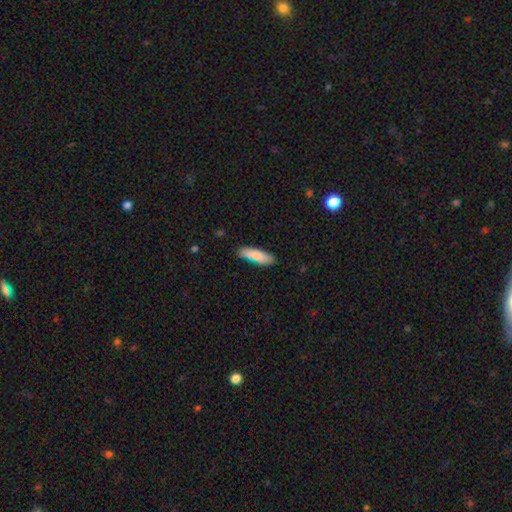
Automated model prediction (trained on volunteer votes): A smooth galaxy with no disk features (85%) that is cigar-shaped (58%).

Vote fractions:
- Smooth or featured? smooth: 85% / featured or disk: 9% / star or artifact: 6%
- How rounded? cigar-shaped: 58% / in between: 40% / round: 2%
- Merging? none: 82% / minor disturbance: 13% / merger: 3% / major disturbance: 2%